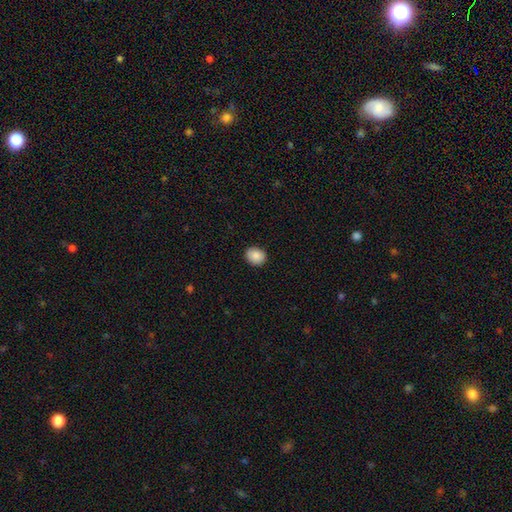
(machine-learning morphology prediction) type=smooth (89%); roundness=round (63%); merging=none (89%).